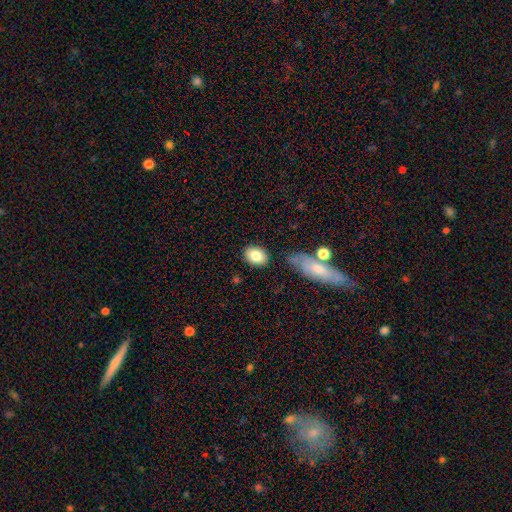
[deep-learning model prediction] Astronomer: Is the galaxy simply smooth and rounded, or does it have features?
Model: smooth — 82%.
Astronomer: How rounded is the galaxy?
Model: in between — 70%.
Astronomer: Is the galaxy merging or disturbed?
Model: none — 81%.